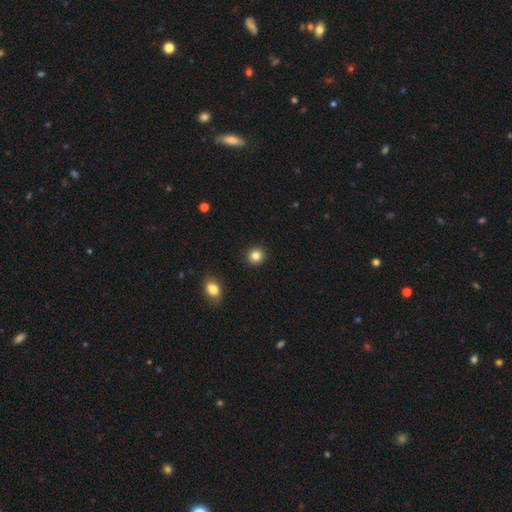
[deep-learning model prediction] A smooth galaxy with no disk features (85%) that is round (87%).

Vote fractions:
- Smooth or featured? smooth: 85% / star or artifact: 10% / featured or disk: 5%
- How rounded? round: 87% / in between: 12% / cigar-shaped: 1%
- Merging? none: 92% / minor disturbance: 5% / major disturbance: 2% / merger: 1%